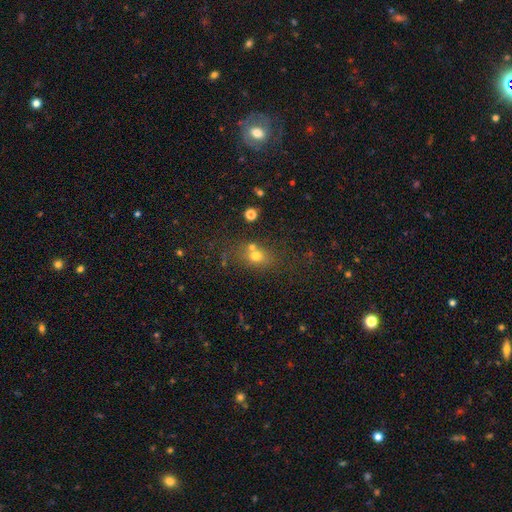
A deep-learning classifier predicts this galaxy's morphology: Smooth or featured? smooth (67%)
How rounded? round (50%)
Merging? none (54%)